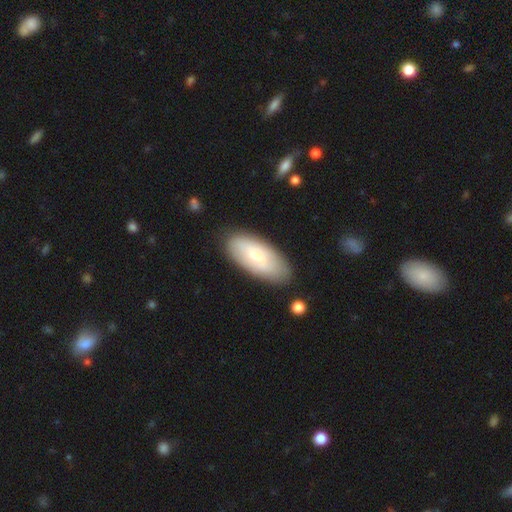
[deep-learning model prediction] A smooth galaxy with no disk features (63%) that is in between round and cigar-shaped (86%).

Vote fractions:
- Smooth or featured? smooth: 63% / featured or disk: 31% / star or artifact: 6%
- How rounded? in between: 86% / cigar-shaped: 12% / round: 2%
- Merging? none: 82% / minor disturbance: 13% / major disturbance: 3% / merger: 2%